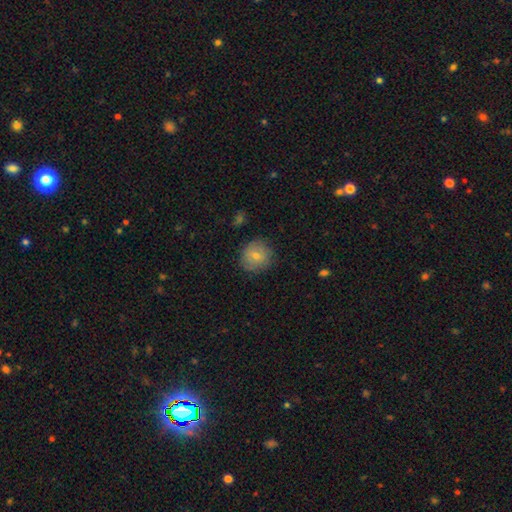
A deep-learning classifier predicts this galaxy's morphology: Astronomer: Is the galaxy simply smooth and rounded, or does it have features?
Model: smooth — 75%.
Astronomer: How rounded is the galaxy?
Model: round — 87%.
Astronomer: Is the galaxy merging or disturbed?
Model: none — 81%.